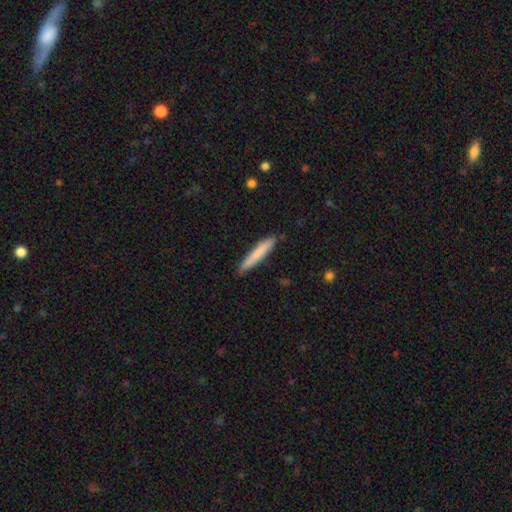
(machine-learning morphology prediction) type=smooth (77%); roundness=cigar-shaped (94%); merging=none (87%).